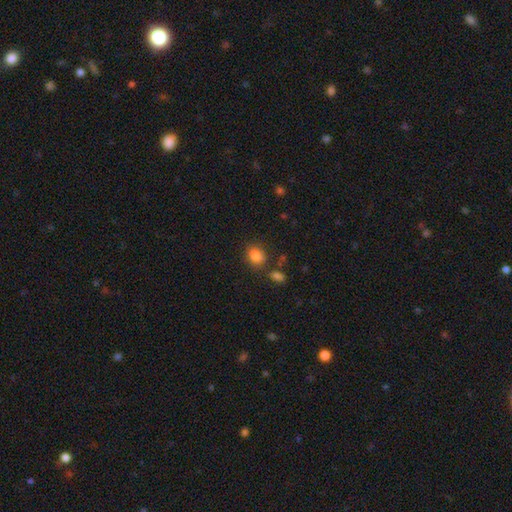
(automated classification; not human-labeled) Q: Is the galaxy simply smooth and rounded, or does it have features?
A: smooth — 84%.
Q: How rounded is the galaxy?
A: in between — 55%.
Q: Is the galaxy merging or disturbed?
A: none — 72%.